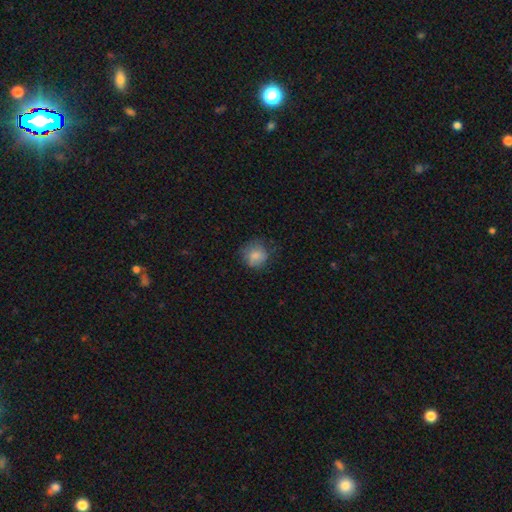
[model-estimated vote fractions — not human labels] Q: Smooth or featured?
A: smooth (82%); runner-up: star or artifact (9%)
Q: How rounded?
A: round (87%); runner-up: in between (12%)
Q: Merging?
A: none (71%); runner-up: minor disturbance (21%)